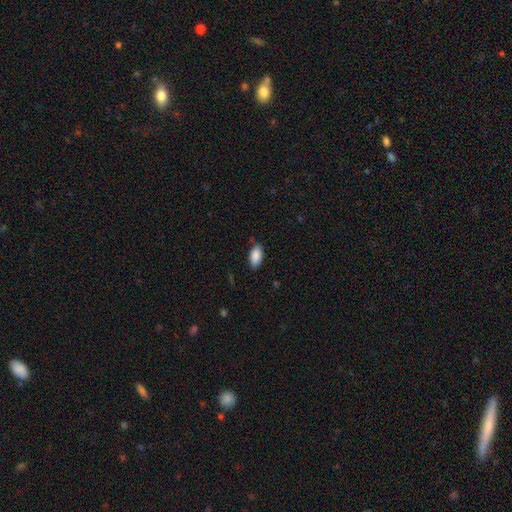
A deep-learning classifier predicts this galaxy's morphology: Smooth or featured: smooth — 89% (star or artifact — 7%)
How rounded: in between — 93% (cigar-shaped — 4%)
Merging: none — 82% (minor disturbance — 14%)